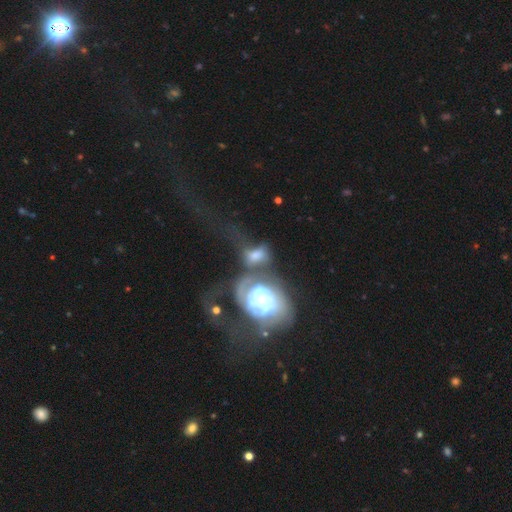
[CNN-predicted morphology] smooth_or_featured: featured or disk (p=0.63) [alt: smooth p=0.27]
disk_edge_on: no (p=0.96) [alt: yes p=0.04]
bar: no (p=0.64) [alt: weak p=0.25]
has_spiral_arms: yes (p=0.75) [alt: no p=0.25]
bulge_size: moderate (p=0.46) [alt: small p=0.34]
merging: merger (p=0.56) [alt: major disturbance p=0.21]